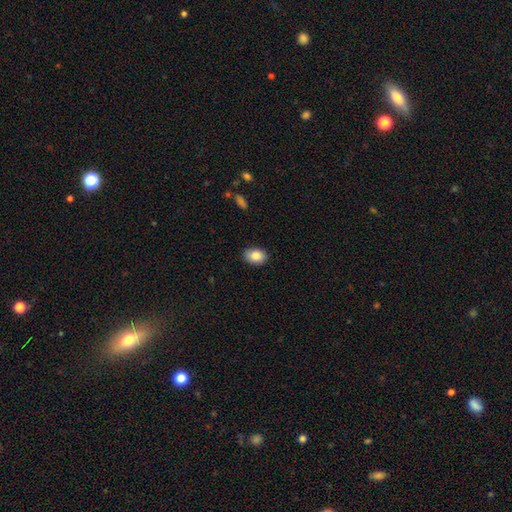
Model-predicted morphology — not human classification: Smooth or featured? Predicted: smooth (p=0.86). How rounded? Predicted: in between (p=0.78). Merging? Predicted: none (p=0.87).